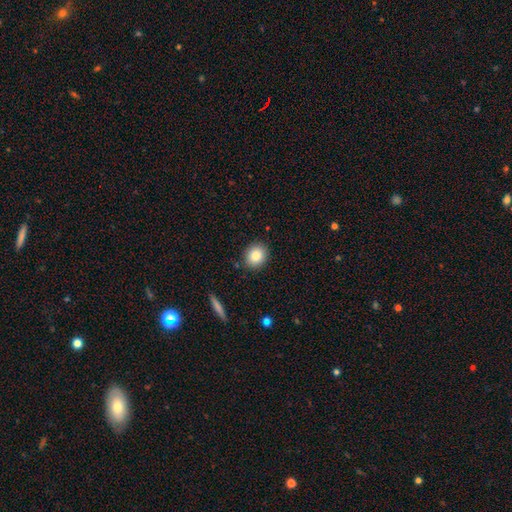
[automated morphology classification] Overall: smooth (84%). How rounded: round (73%). Merging: none (88%).